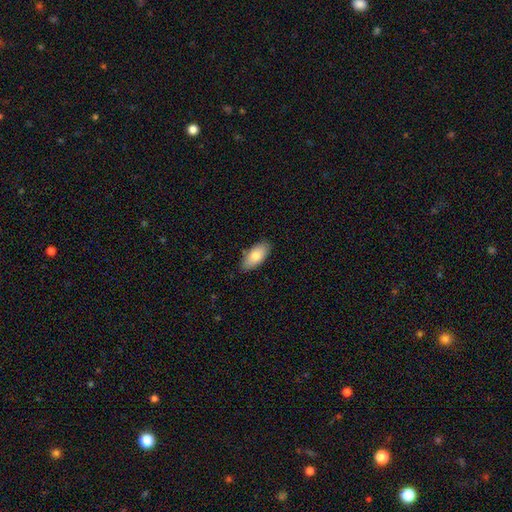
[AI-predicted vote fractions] Smooth or featured?
  - smooth: 84% *
  - featured or disk: 10%
  - star or artifact: 6%
How rounded?
  - in between: 91% *
  - cigar-shaped: 7%
  - round: 2%
Merging?
  - none: 83% *
  - minor disturbance: 13%
  - major disturbance: 2%
  - merger: 1%